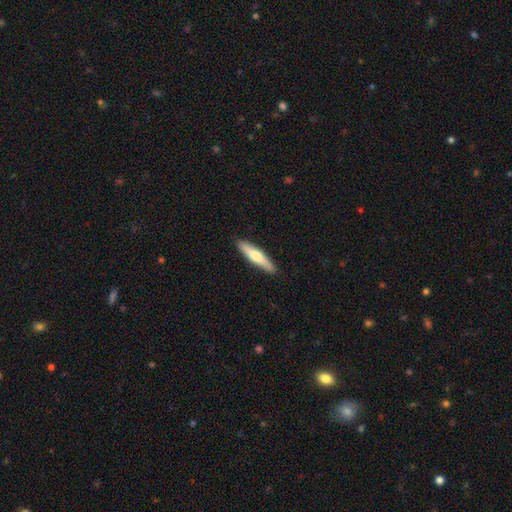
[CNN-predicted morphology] This is possibly a smooth galaxy (57%). How rounded: clearly cigar-shaped (84%). Merging: clearly none (90%).